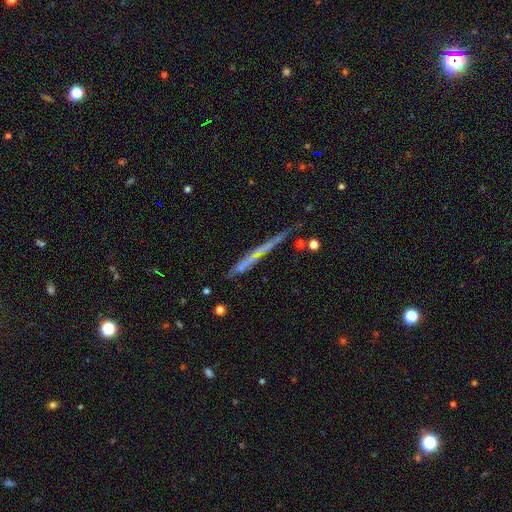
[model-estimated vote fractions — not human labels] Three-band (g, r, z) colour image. It shows a featured or disk galaxy (51%) viewed edge-on (89%). Merging: none (70%).